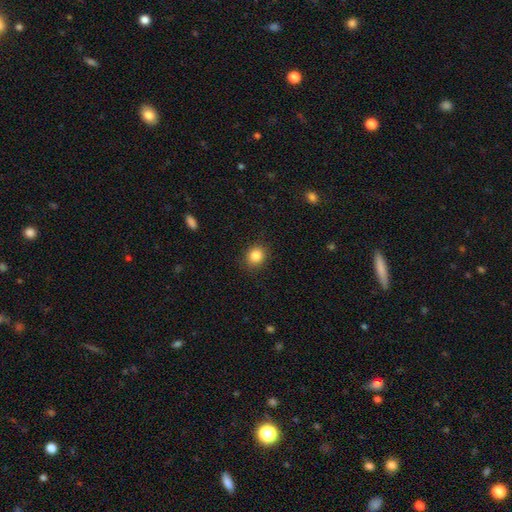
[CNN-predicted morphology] This appears to be a smooth galaxy with no disk features (85%) that is round (73%). Merging: none (88%).